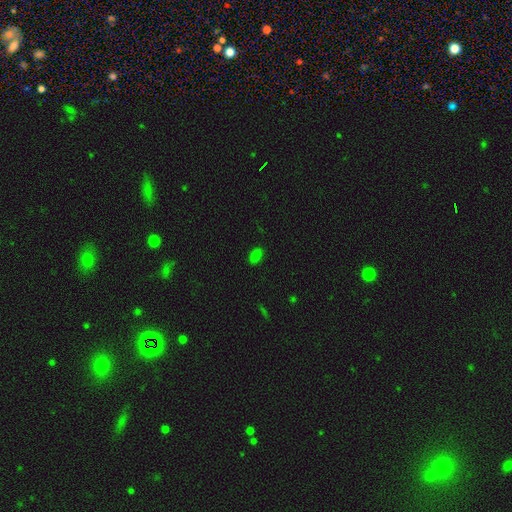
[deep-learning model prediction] Morphology: type=smooth (79%); roundness=in between (91%); merging=none (86%).